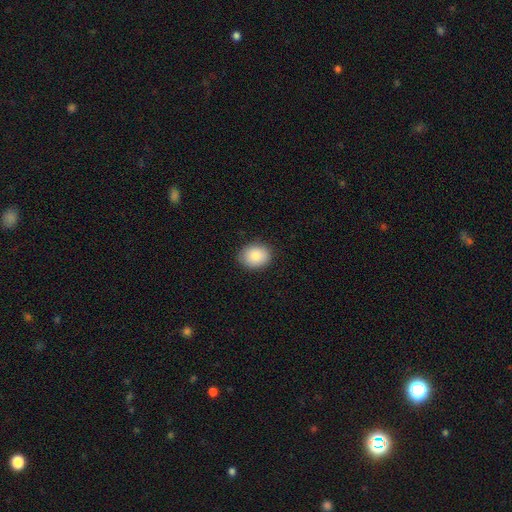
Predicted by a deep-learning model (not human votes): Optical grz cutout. It shows a smooth galaxy with no disk features (86%) that is in between round and cigar-shaped (51%). Merging: none (87%).